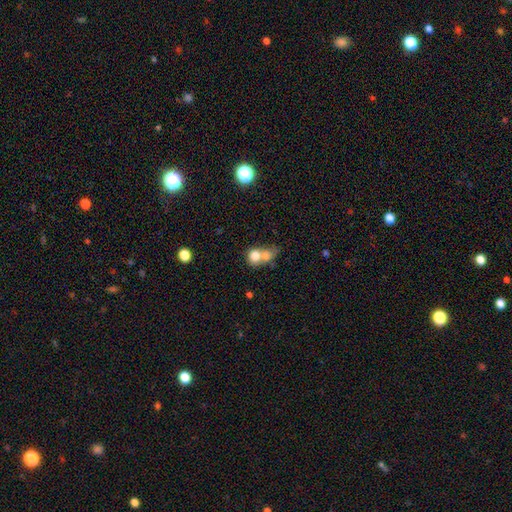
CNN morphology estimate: Smooth or featured?
  - smooth: 75% *
  - featured or disk: 15%
  - star or artifact: 10%
How rounded?
  - round: 69% *
  - in between: 30%
  - cigar-shaped: 1%
Merging?
  - merger: 64% *
  - none: 23%
  - minor disturbance: 7%
  - major disturbance: 6%